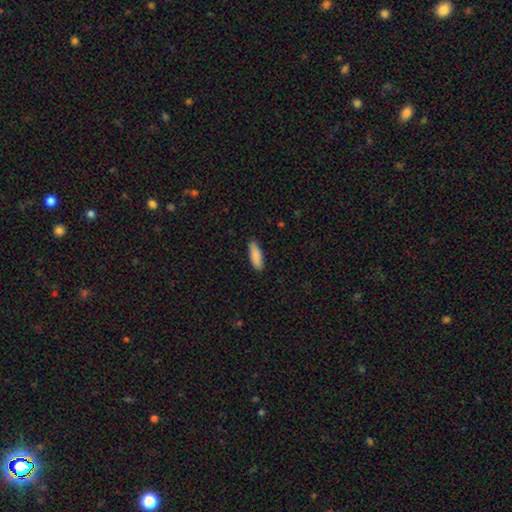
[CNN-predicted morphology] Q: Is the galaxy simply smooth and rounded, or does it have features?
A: smooth — 88%.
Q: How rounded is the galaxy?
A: in between — 58%.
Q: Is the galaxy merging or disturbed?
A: none — 87%.